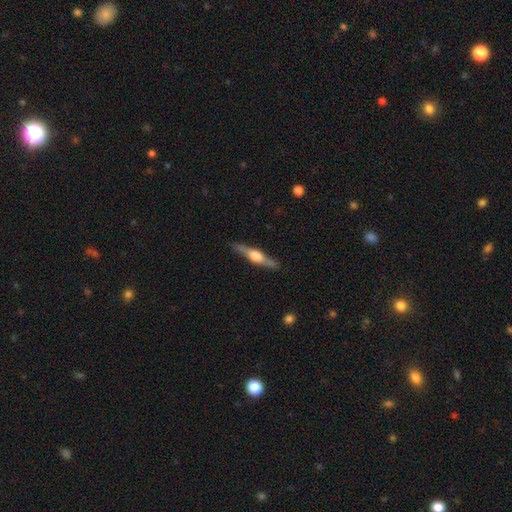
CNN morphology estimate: smooth-or-featured: featured or disk: 75% | smooth: 20% | star or artifact: 5%
  disk-edge-on: yes: 97% | no: 3%
    edge-on-bulge: rounded: 90% | boxy: 8% | none: 2%
  merging: none: 88% | minor disturbance: 9% | major disturbance: 2% | merger: 1%